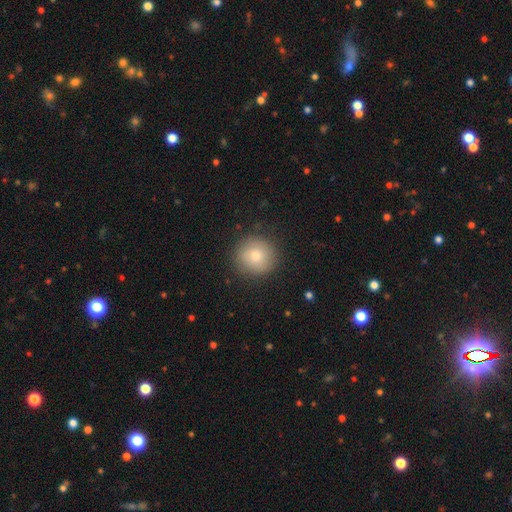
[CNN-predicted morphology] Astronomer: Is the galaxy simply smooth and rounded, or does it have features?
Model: smooth — 75%.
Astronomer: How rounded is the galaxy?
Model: round — 93%.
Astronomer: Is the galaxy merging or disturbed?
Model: none — 88%.